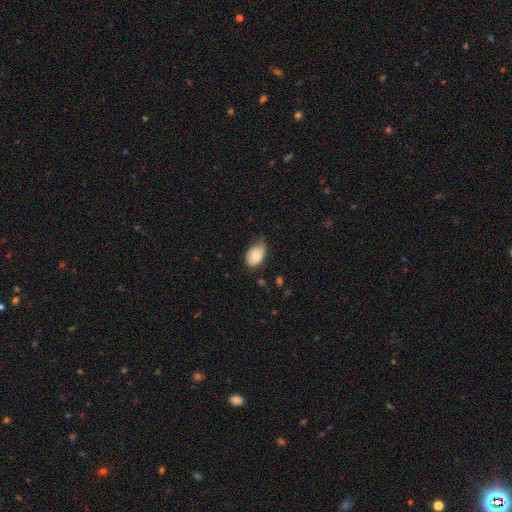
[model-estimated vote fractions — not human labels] A smooth galaxy with no disk features (73%) that is in between round and cigar-shaped (85%).

Vote fractions:
- Smooth or featured? smooth: 73% / featured or disk: 20% / star or artifact: 7%
- How rounded? in between: 85% / round: 14% / cigar-shaped: 1%
- Merging? minor disturbance: 44% (tied) / none: 44% (tied) / major disturbance: 10% / merger: 2%